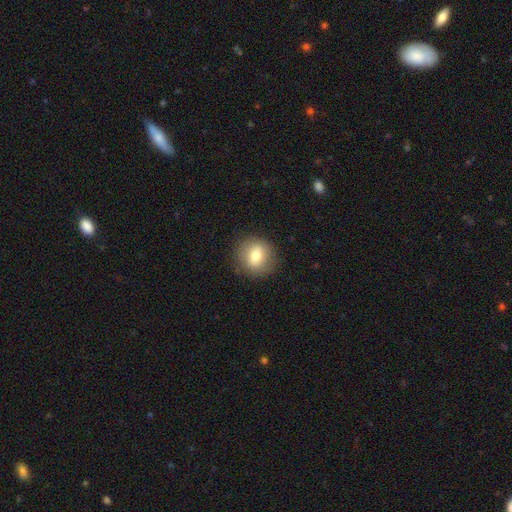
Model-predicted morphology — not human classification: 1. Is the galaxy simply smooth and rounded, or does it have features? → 72% smooth, 18% featured or disk, 9% star or artifact.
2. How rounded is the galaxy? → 87% round, 12% in between, 1% cigar-shaped.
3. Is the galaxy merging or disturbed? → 87% none, 9% minor disturbance, 3% major disturbance, 1% merger.